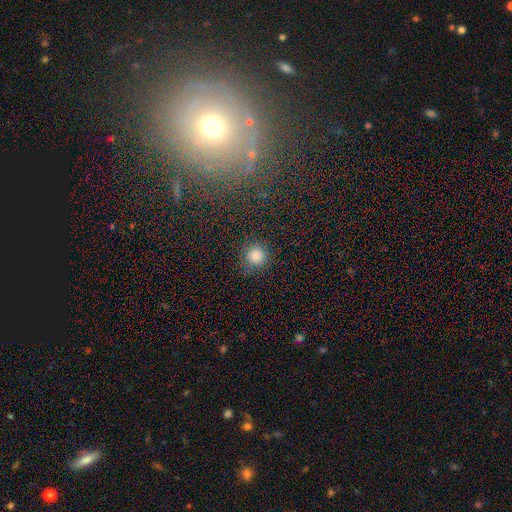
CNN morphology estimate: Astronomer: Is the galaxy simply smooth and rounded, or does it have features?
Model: smooth — 83%.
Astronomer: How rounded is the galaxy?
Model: round — 94%.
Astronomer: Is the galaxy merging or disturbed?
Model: none — 85%.